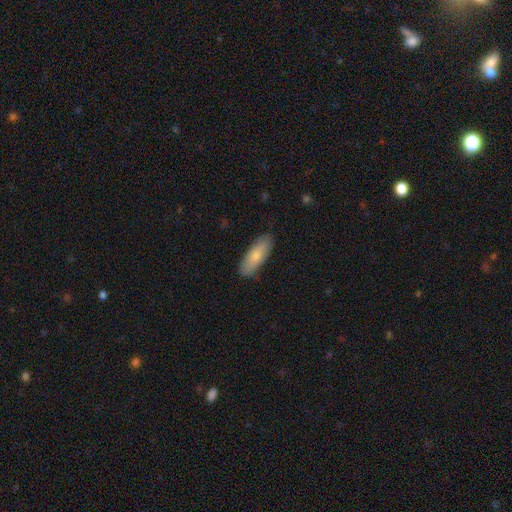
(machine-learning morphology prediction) smooth 78%, featured or disk 16%, star or artifact 6%. Down the decision tree: how rounded — in between (68%); merging — none (87%).